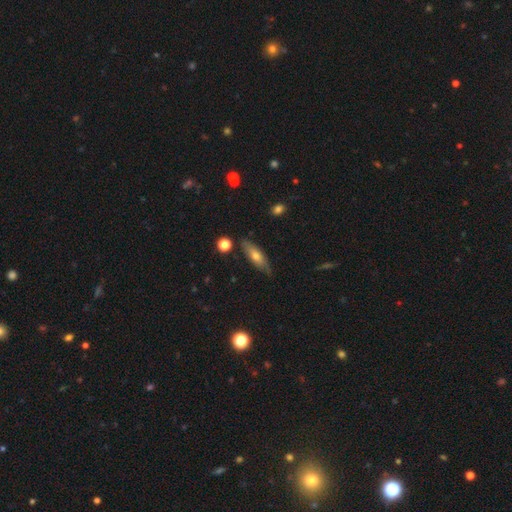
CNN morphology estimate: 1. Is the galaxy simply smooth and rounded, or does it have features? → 58% smooth, 35% featured or disk, 7% star or artifact.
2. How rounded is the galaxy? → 50% cigar-shaped, 47% in between, 3% round.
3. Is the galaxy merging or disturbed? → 78% none, 16% minor disturbance, 3% major disturbance, 2% merger.